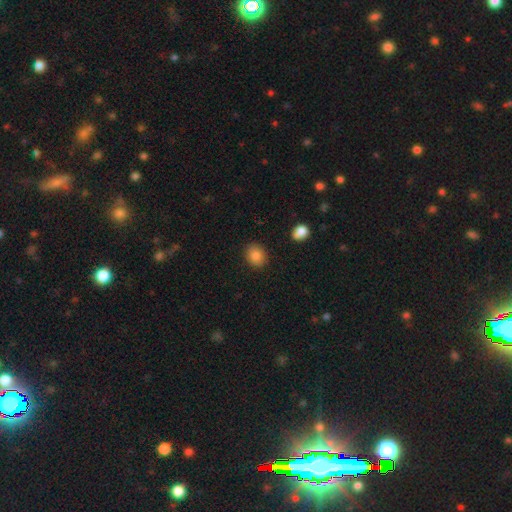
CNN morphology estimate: Smooth or featured? smooth (86%)
How rounded? round (60%)
Merging? none (88%)